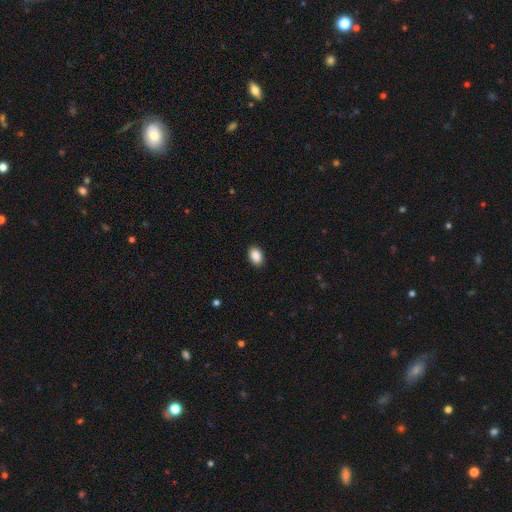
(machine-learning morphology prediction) Smooth or featured? smooth (89%)
How rounded? in between (80%)
Merging? none (91%)